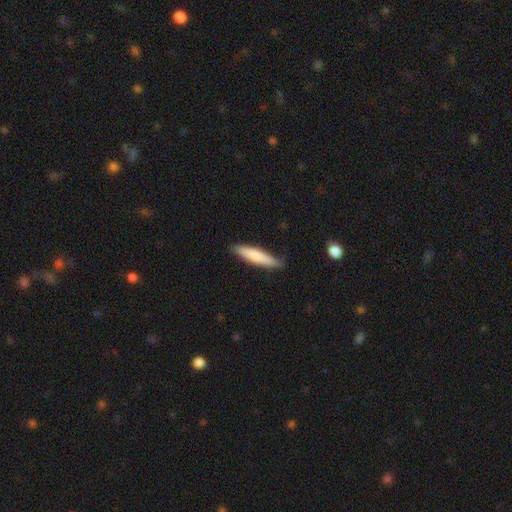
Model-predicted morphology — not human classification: A smooth galaxy with no disk features (77%) that is cigar-shaped (83%).

Vote fractions:
- Smooth or featured? smooth: 77% / featured or disk: 17% / star or artifact: 5%
- How rounded? cigar-shaped: 83% / in between: 16% / round: 1%
- Merging? none: 80% / minor disturbance: 16% / major disturbance: 3% / merger: 1%